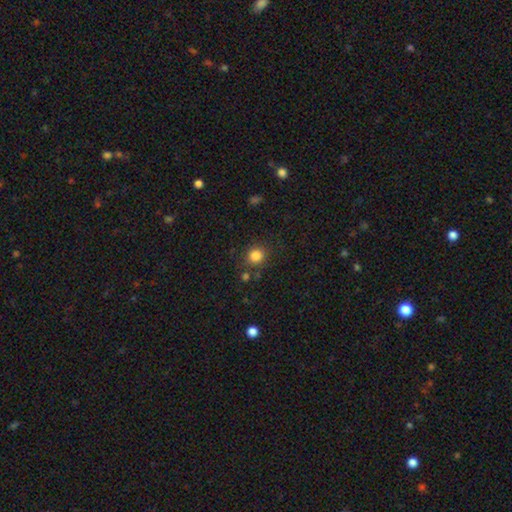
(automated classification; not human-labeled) The model was most divided on "merging": none: 80%, minor disturbance: 10%, merger: 6%, major disturbance: 4%. More confident: how rounded — round (86%); smooth or featured — smooth (83%).